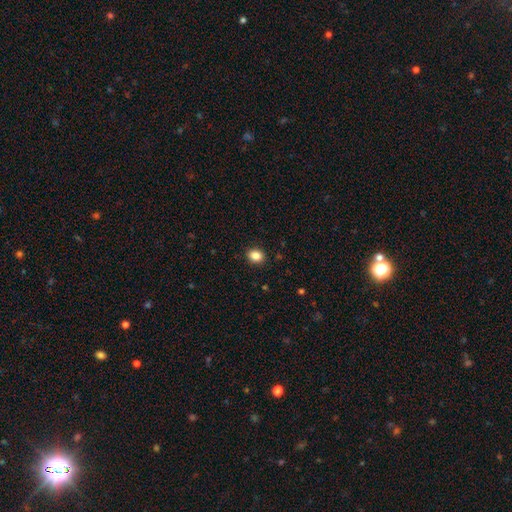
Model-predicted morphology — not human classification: A smooth galaxy with no disk features (87%) that is round (51%). Merging: none (91%).